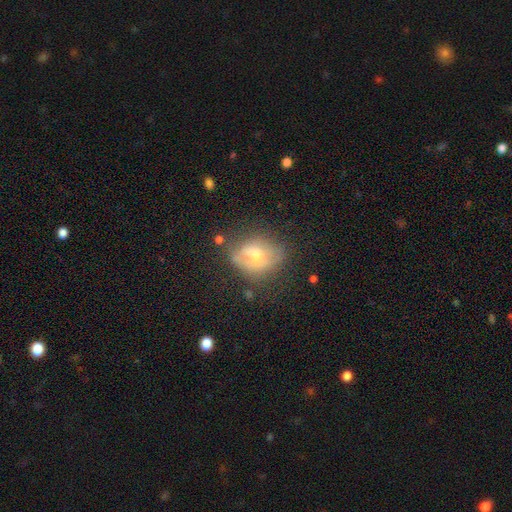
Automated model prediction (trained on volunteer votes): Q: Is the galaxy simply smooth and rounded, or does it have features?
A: featured or disk — 48%.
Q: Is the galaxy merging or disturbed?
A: none — 53%.